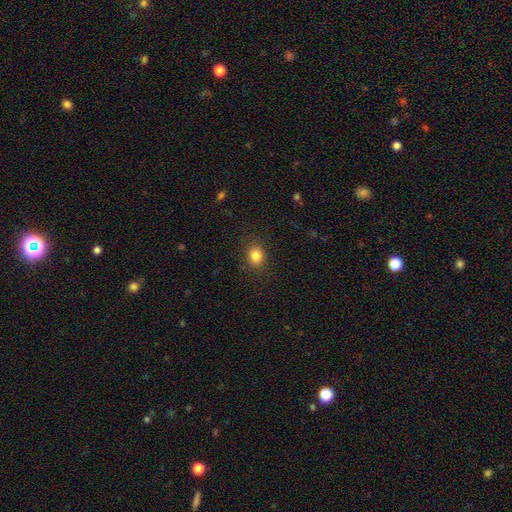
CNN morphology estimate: smooth_or_featured: smooth (p=0.83) [alt: star or artifact p=0.11]
how_rounded: round (p=0.69) [alt: in between p=0.30]
merging: none (p=0.88) [alt: minor disturbance p=0.09]